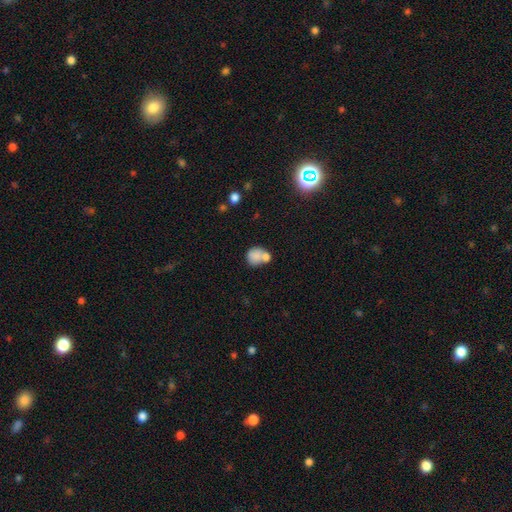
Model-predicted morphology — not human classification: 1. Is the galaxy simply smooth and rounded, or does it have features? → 79% smooth, 11% featured or disk, 9% star or artifact.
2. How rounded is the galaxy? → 73% round, 26% in between, 1% cigar-shaped.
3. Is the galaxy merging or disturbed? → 41% merger (tied), 41% none (tied), 13% minor disturbance, 5% major disturbance.